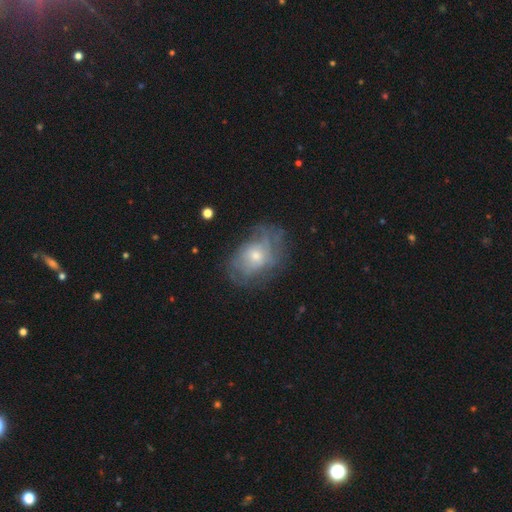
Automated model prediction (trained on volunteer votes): A featured or disk galaxy (55%) with no bar (80%), spiral arms (56%) and a small central bulge (48%).

Vote fractions:
- Smooth or featured? featured or disk: 55% / smooth: 35% / star or artifact: 10%
- Edge-on disk? no: 95% / yes: 5%
- Bar? no: 80% / weak: 17% / strong: 3%
- Spiral arms? yes: 56% / no: 44%
- Bulge size? small: 48% / moderate: 45% / large: 4% / none: 2% / dominant: 1%
- Merging? none: 59% / minor disturbance: 24% / major disturbance: 15% / merger: 2%